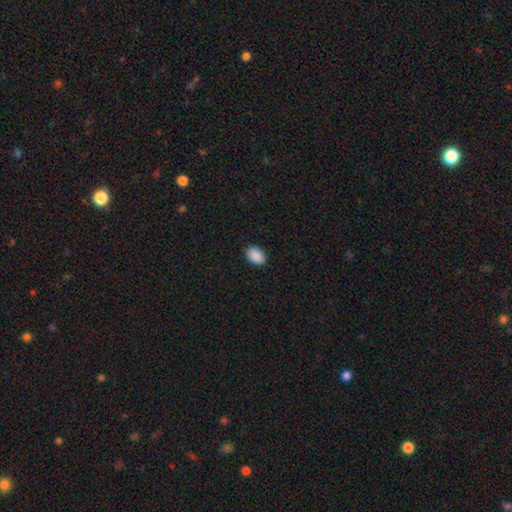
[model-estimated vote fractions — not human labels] This appears to be a smooth galaxy with no disk features (90%) that is in between round and cigar-shaped (81%). Merging: none (88%).